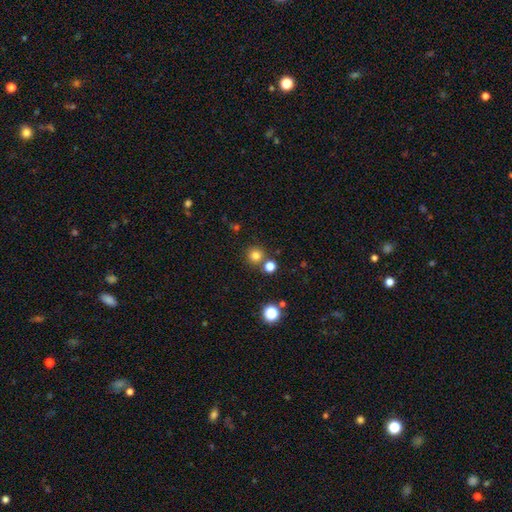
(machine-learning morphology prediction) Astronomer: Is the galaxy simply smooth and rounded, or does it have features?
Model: smooth — 79%.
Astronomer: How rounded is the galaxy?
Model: round — 95%.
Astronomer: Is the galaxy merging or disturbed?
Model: none — 79%.